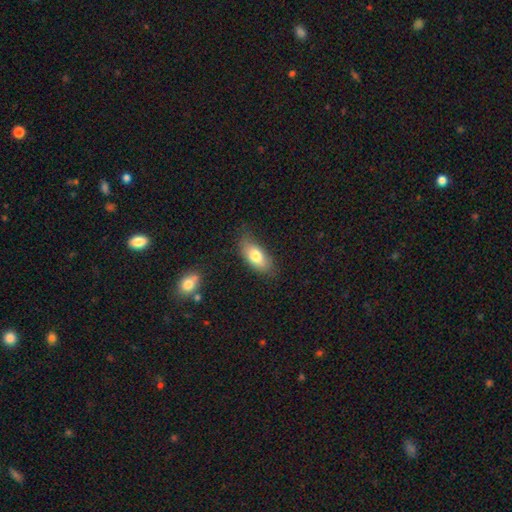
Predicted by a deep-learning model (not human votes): Smooth or featured? smooth (77%)
How rounded? in between (88%)
Merging? none (71%)